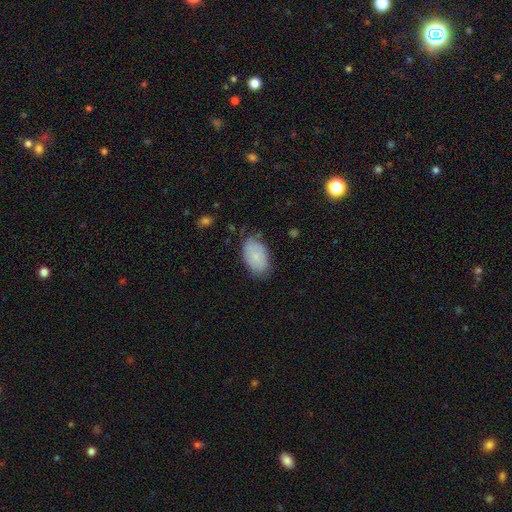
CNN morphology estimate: Q: Smooth or featured?
A: smooth (79%); runner-up: featured or disk (14%)
Q: How rounded?
A: in between (93%); runner-up: round (6%)
Q: Merging?
A: none (74%); runner-up: minor disturbance (21%)